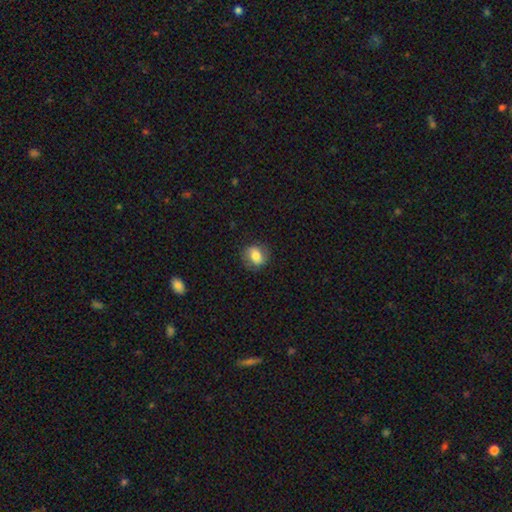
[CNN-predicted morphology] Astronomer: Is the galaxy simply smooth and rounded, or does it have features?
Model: smooth — 68%.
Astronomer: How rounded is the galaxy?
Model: round — 52% (runner-up: in between, 46%).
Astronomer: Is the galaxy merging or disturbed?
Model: none — 79%.